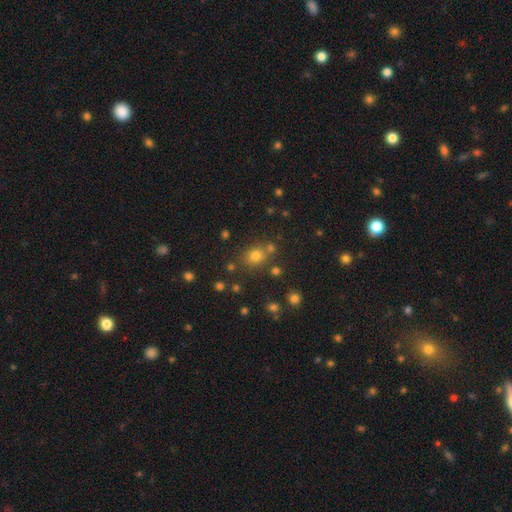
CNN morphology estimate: A smooth galaxy with no disk features (70%) that is round (71%). Merging: none (71%).